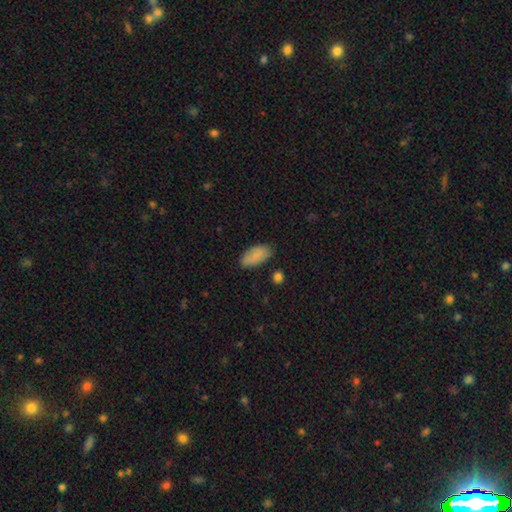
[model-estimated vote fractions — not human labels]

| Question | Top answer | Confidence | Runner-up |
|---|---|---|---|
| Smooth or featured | smooth | 86% | featured or disk (7%) |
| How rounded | in between | 93% | cigar-shaped (5%) |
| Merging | none | 77% | minor disturbance (17%) |